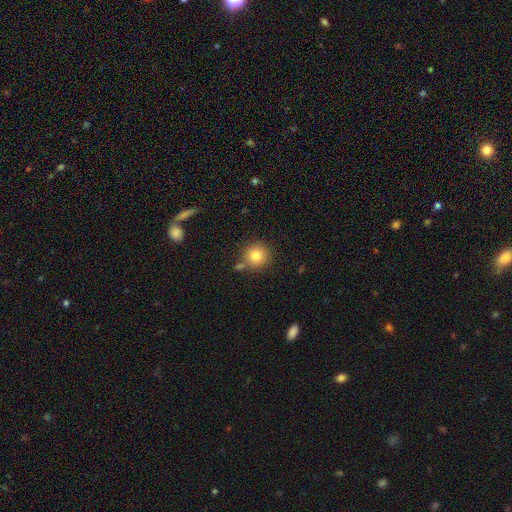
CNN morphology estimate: Q: Smooth or featured?
A: smooth (81%); runner-up: star or artifact (11%)
Q: How rounded?
A: round (93%); runner-up: in between (6%)
Q: Merging?
A: none (76%); runner-up: merger (11%)